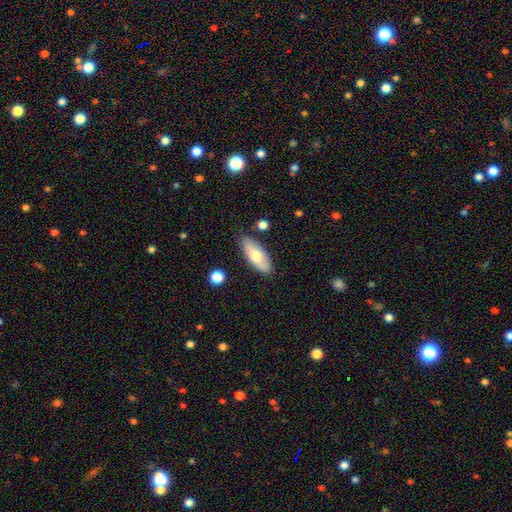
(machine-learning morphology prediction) A smooth galaxy with no disk features (69%) that is in between round and cigar-shaped (80%).

Vote fractions:
- Smooth or featured? smooth: 69% / featured or disk: 25% / star or artifact: 6%
- How rounded? in between: 80% / cigar-shaped: 18% / round: 2%
- Merging? none: 83% / minor disturbance: 12% / merger: 3% / major disturbance: 2%